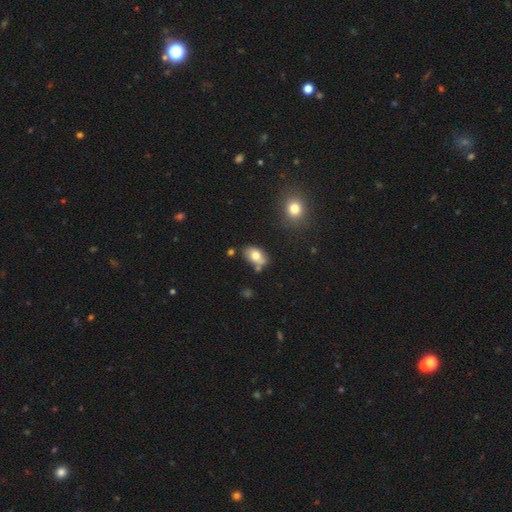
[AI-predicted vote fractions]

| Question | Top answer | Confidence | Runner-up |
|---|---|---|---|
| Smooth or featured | smooth | 74% | featured or disk (18%) |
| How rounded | in between | 88% | round (10%) |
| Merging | none | 62% | minor disturbance (19%) |